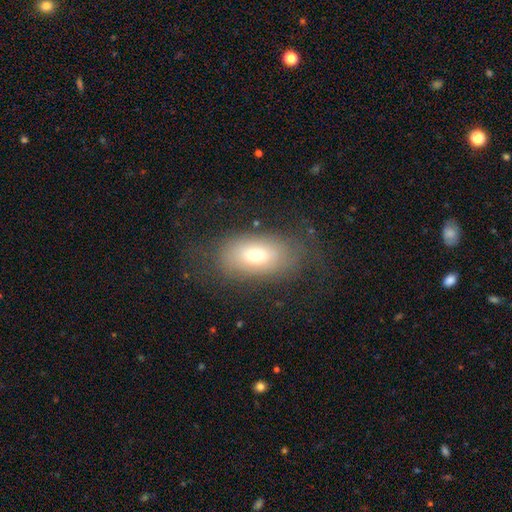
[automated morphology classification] Smooth or featured: smooth — 63% (featured or disk — 25%)
How rounded: in between — 87% (round — 10%)
Merging: none — 68% (minor disturbance — 18%)